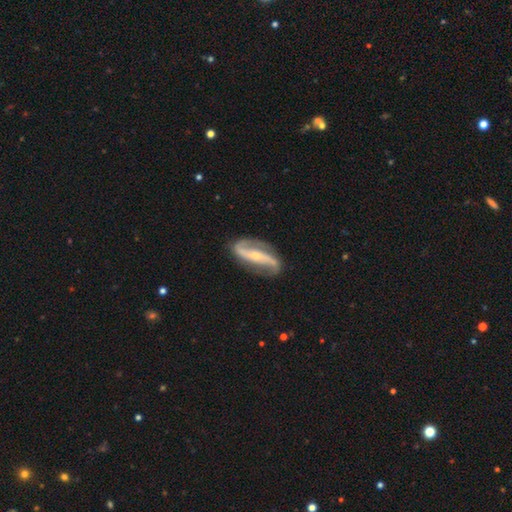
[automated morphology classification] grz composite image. It shows a featured or disk galaxy (89%) with a strong bar (51%), 2 (93%) loose (50%) spiral arms (96%) and a small central bulge (69%). Merging: none (81%).